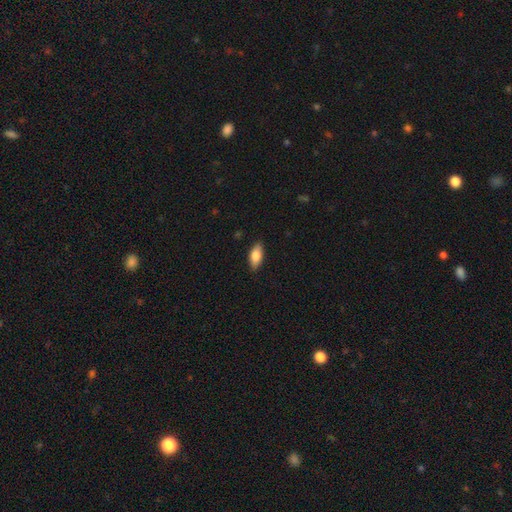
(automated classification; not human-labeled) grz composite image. It shows a smooth galaxy with no disk features (81%) that is in between round and cigar-shaped (85%). Merging: none (88%).